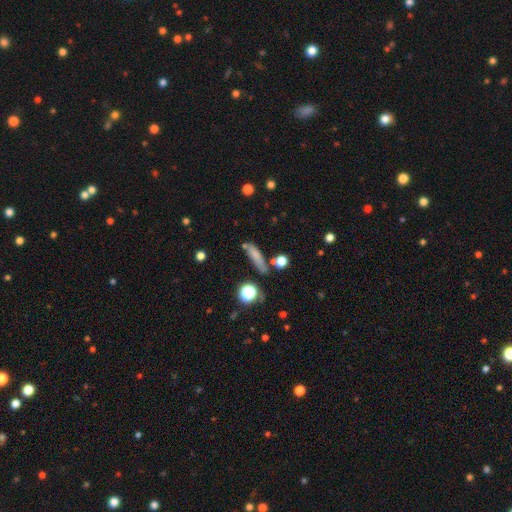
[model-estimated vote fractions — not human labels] This is likely a smooth galaxy (68%). How rounded: likely cigar-shaped (68%). Merging: likely none (68%).